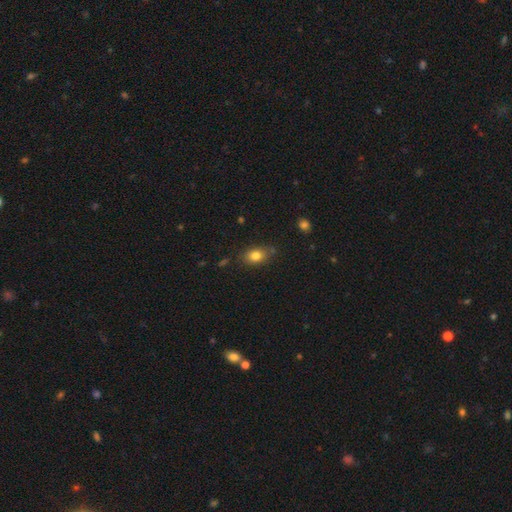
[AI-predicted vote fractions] smooth_or_featured: smooth (p=0.81) [alt: star or artifact p=0.10]
how_rounded: in between (p=0.75) [alt: round p=0.22]
merging: none (p=0.76) [alt: minor disturbance p=0.17]